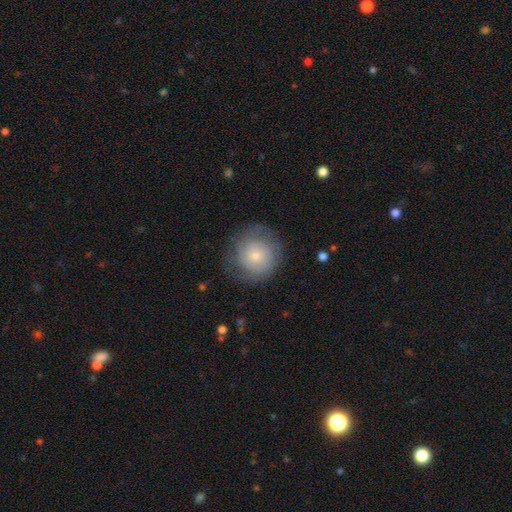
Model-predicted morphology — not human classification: smooth-or-featured: smooth: 50% | featured or disk: 43% | star or artifact: 7%
  merging: none: 72% | minor disturbance: 18% | major disturbance: 9% | merger: 1%